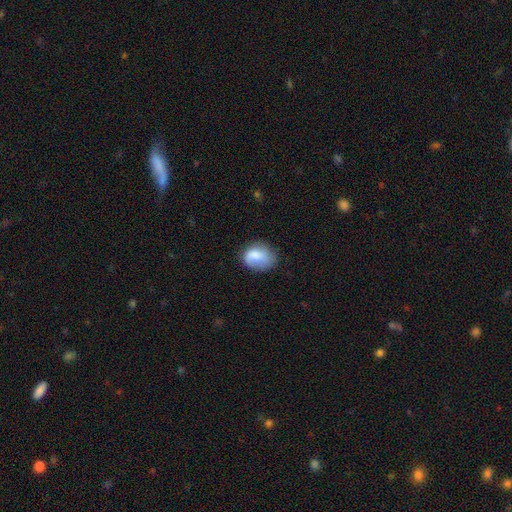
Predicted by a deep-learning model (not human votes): Overall: smooth (75%). How rounded: in between (59%; round 40%). Merging: none (52%; minor disturbance 30%).